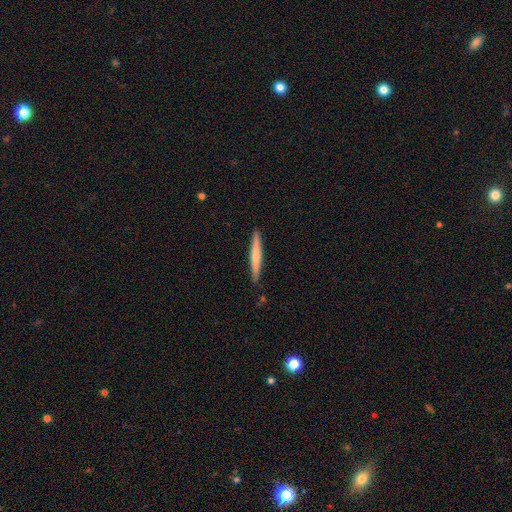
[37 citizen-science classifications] A featured or disk galaxy (54%) viewed edge-on (100%) with a rounded central bulge (50%). Merging: none (94%).